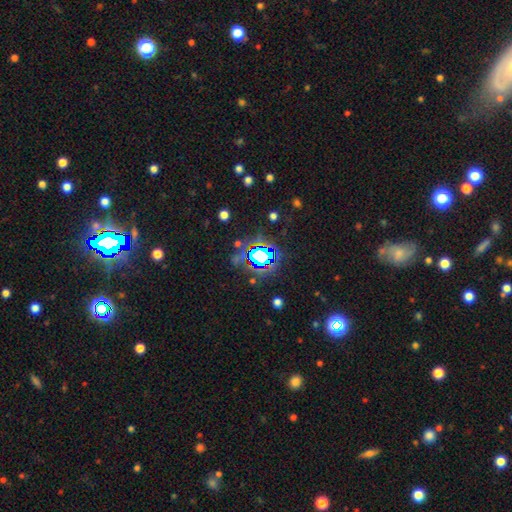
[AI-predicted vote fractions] Smooth or featured? star or artifact (69%)